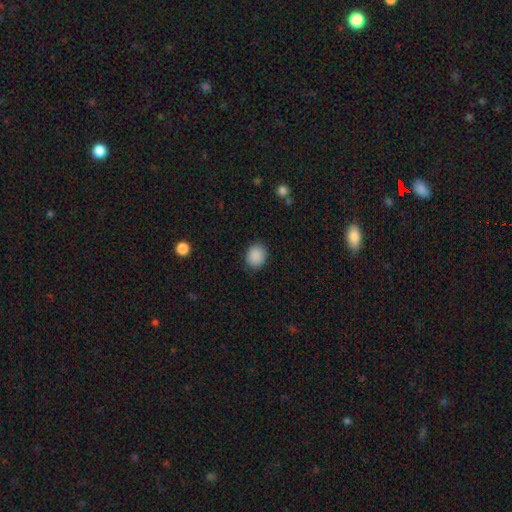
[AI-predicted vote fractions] This is clearly a smooth galaxy (89%). How rounded: likely round (64%). Merging: clearly none (88%).